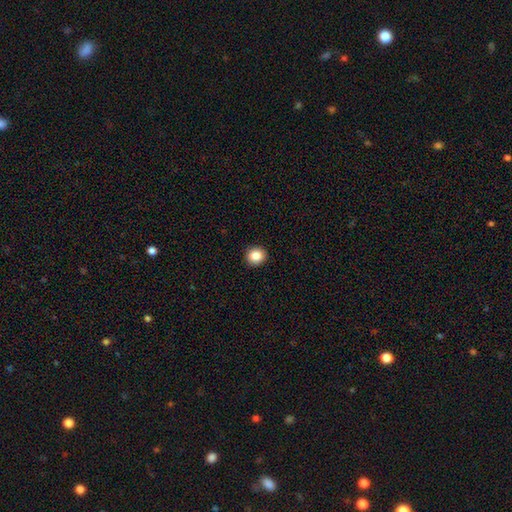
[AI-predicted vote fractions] Smooth or featured? Predicted: smooth (p=0.85). How rounded? Predicted: round (p=0.88). Merging? Predicted: none (p=0.93).